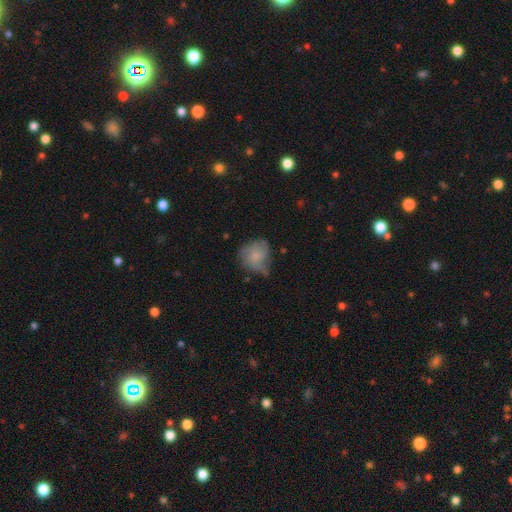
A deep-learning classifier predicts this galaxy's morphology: smooth-or-featured: smooth: 61% | featured or disk: 29% | star or artifact: 9%
  how-rounded: round: 73% | in between: 26% | cigar-shaped: 1%
  merging: none: 46% | minor disturbance: 34% | major disturbance: 17% | merger: 3%